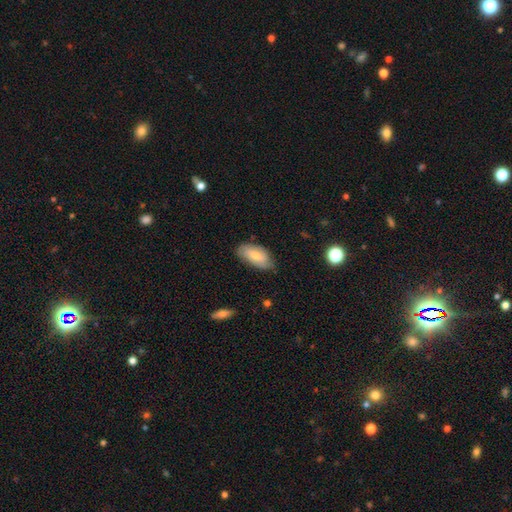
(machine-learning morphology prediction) Smooth or featured: smooth — 65% (featured or disk — 28%)
How rounded: in between — 92% (cigar-shaped — 6%)
Merging: none — 74% (minor disturbance — 22%)